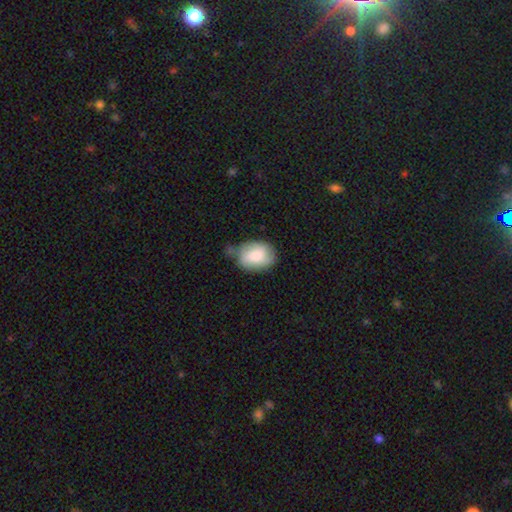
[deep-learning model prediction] This is likely a smooth galaxy (74%). How rounded: likely in between (74%). Merging: possibly none (50%).